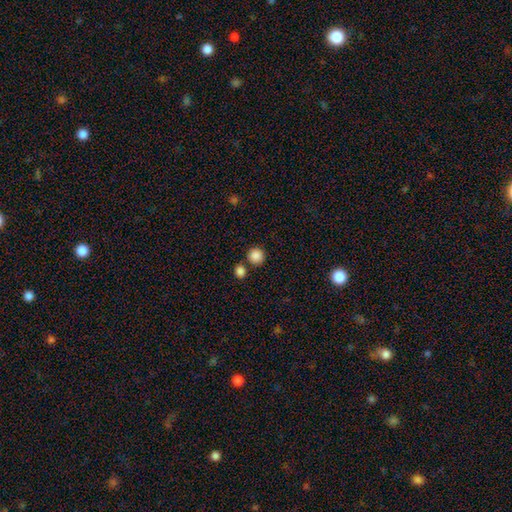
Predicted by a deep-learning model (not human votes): A smooth galaxy with no disk features (86%) that is round (94%). Merging: none (77%).